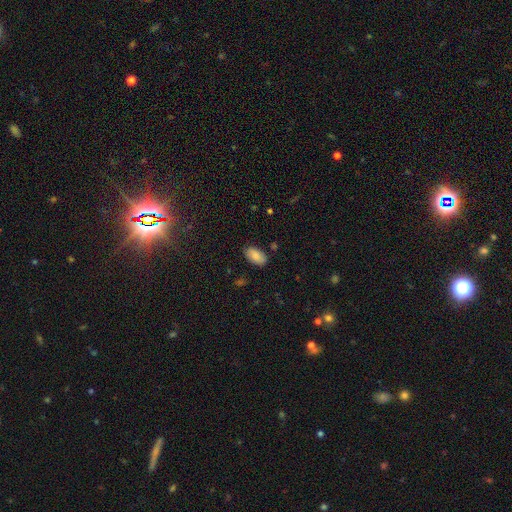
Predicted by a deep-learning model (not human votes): smooth 87%, star or artifact 7%, featured or disk 6%. Down the decision tree: how rounded — in between (95%); merging — none (84%).